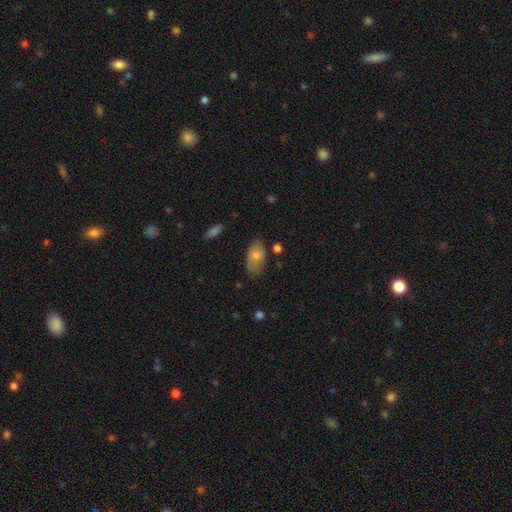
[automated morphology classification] Smooth or featured? Predicted: smooth (p=0.72). How rounded? Predicted: in between (p=0.92). Merging? Predicted: none (p=0.69).